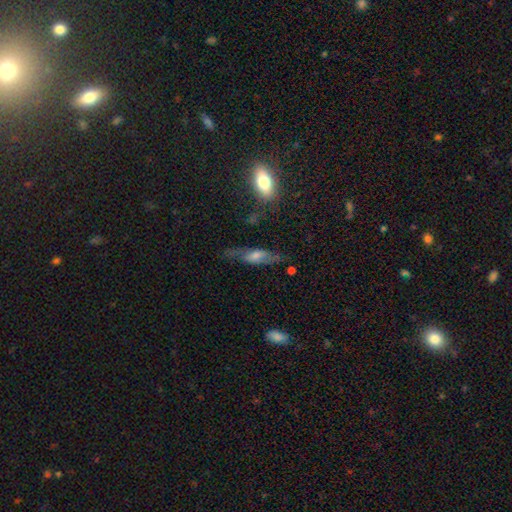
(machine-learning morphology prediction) A featured or disk galaxy (57%). Merging: none (66%).